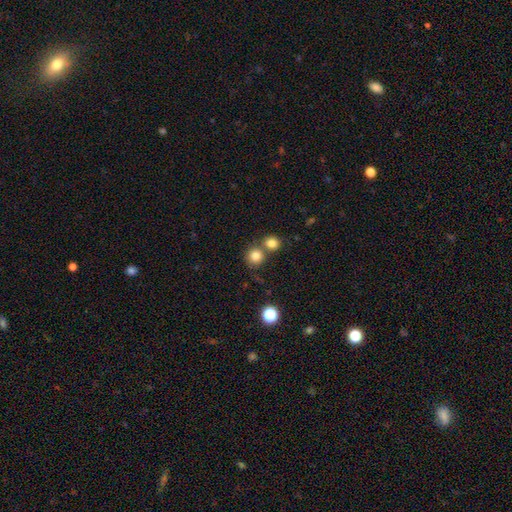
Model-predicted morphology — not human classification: A smooth galaxy with no disk features (80%) that is round (90%).

Vote fractions:
- Smooth or featured? smooth: 80% / star or artifact: 13% / featured or disk: 7%
- How rounded? round: 90% / in between: 9% / cigar-shaped: 1%
- Merging? none: 61% / merger: 28% / minor disturbance: 8% / major disturbance: 3%